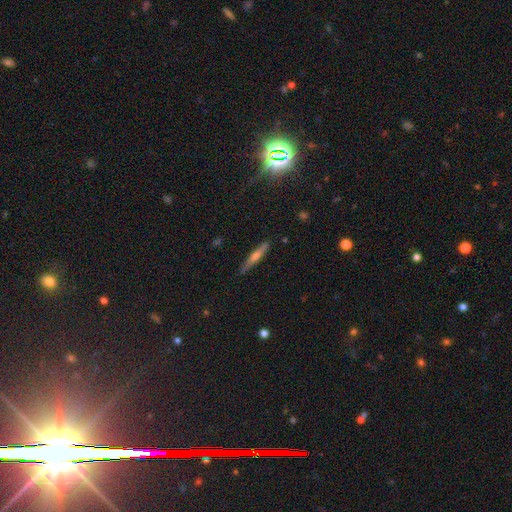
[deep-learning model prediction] This is possibly a featured or disk galaxy (60%). It is clearly viewed edge-on (97%). Edge-on bulge: likely rounded (74%). Merging: clearly none (88%).